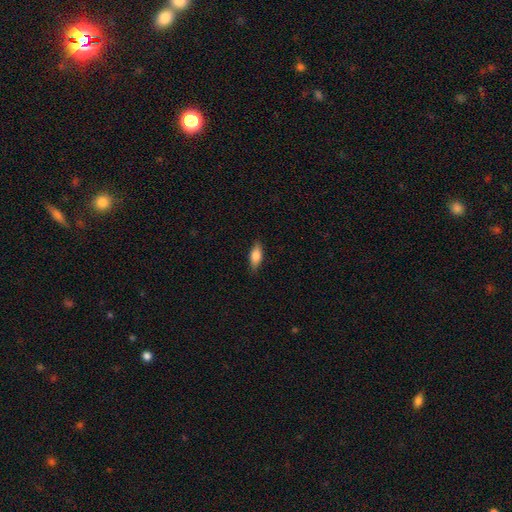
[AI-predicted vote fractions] Overall: smooth (76%). How rounded: in between (75%). Merging: none (85%).